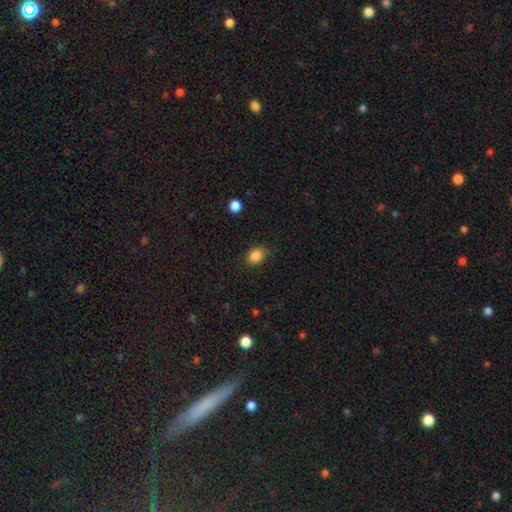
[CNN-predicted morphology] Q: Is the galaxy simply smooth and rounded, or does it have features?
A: smooth — 86%.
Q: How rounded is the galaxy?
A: in between — 51%.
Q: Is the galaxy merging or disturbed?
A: none — 82%.